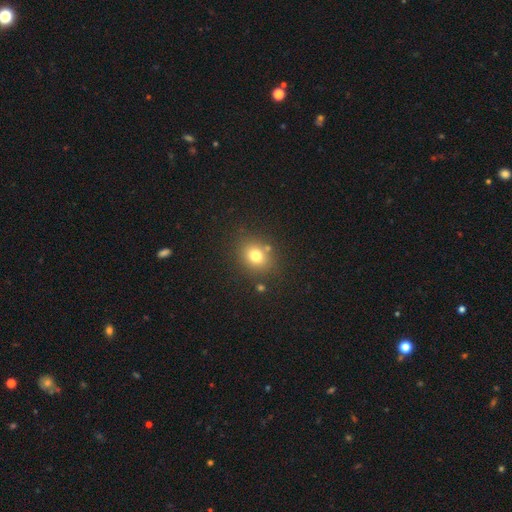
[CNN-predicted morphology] smooth_or_featured: smooth (p=0.76) [alt: star or artifact p=0.15]
how_rounded: round (p=0.64) [alt: in between p=0.36]
merging: none (p=0.80) [alt: minor disturbance p=0.10]